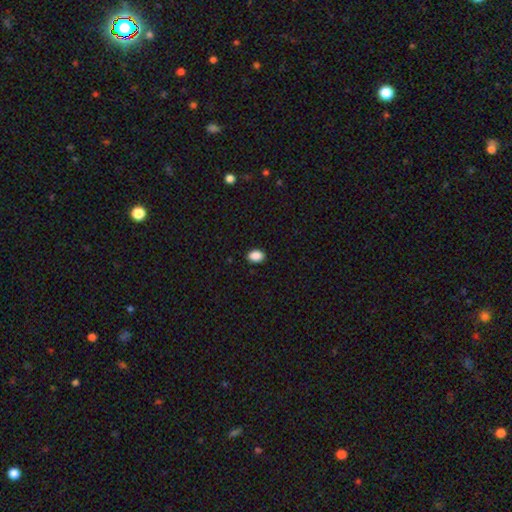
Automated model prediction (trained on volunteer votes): Smooth or featured? Predicted: smooth (p=0.90). How rounded? Predicted: in between (p=0.79). Merging? Predicted: none (p=0.90).